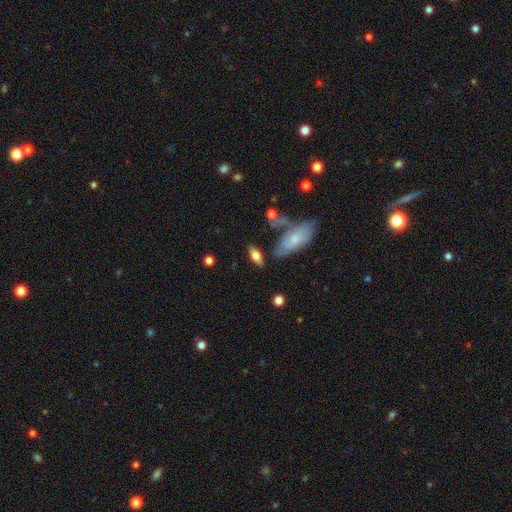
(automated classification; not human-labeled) Smooth or featured: smooth — 69% (featured or disk — 24%)
How rounded: in between — 79% (cigar-shaped — 18%)
Merging: none — 70% (minor disturbance — 17%)